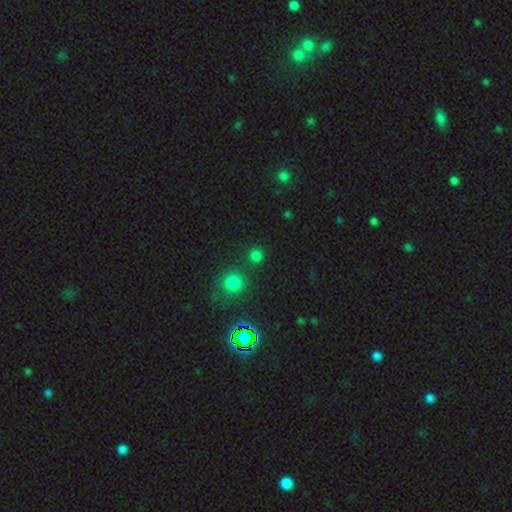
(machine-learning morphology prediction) This is likely a smooth galaxy (71%). How rounded: clearly round (91%). Merging: likely none (80%).